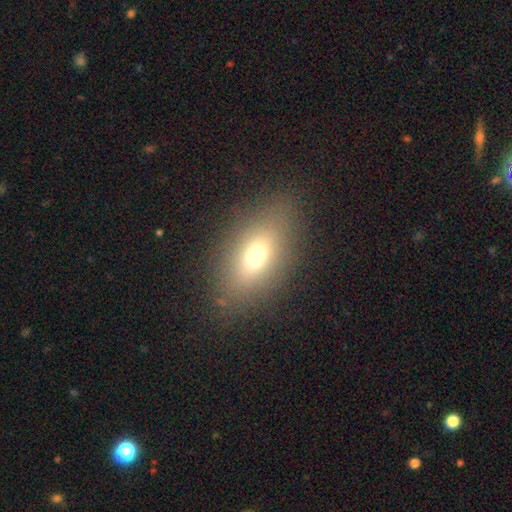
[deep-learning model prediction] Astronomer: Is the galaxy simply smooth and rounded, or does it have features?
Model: smooth — 68%.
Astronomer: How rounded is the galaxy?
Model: in between — 83%.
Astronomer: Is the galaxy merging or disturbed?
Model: none — 83%.